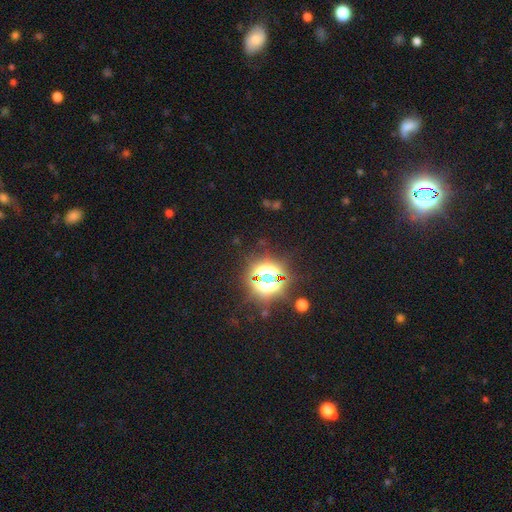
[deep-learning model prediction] Smooth or featured? star or artifact (81%)